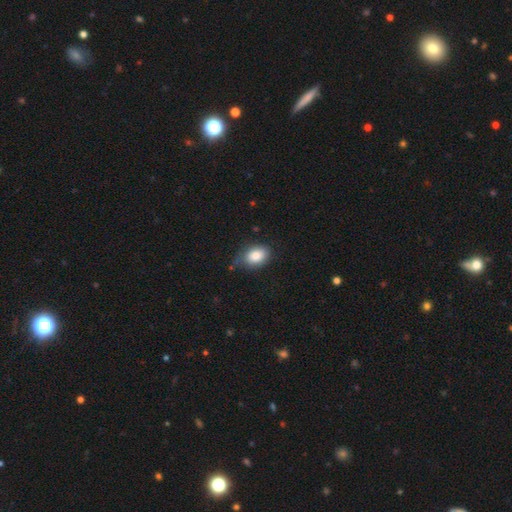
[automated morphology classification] Smooth or featured? smooth (85%)
How rounded? in between (81%)
Merging? none (61%)